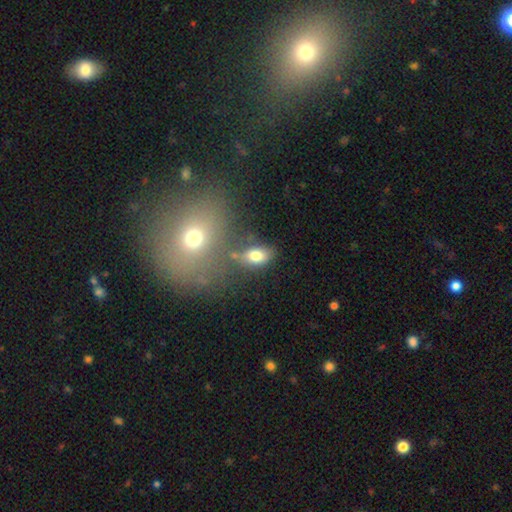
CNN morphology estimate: smooth_or_featured: smooth (p=0.75) [alt: featured or disk p=0.13]
how_rounded: in between (p=0.84) [alt: round p=0.13]
merging: none (p=0.58) [alt: merger p=0.18]